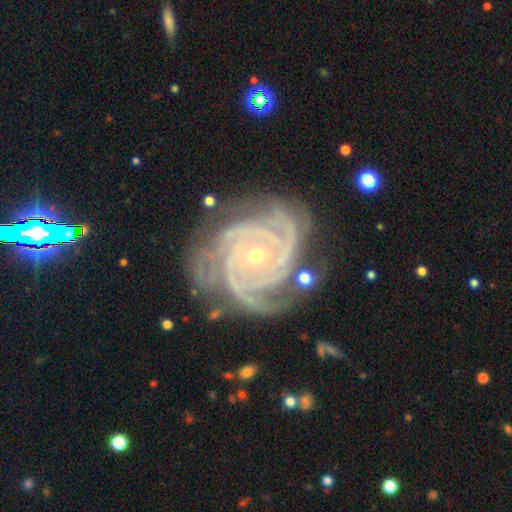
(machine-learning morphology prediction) Smooth or featured: featured or disk — 93% (star or artifact — 5%)
Edge-on disk: no — 98% (yes — 2%)
Bar: no — 70% (weak — 19%)
Spiral arms: yes — 99% (no — 1%)
Spiral winding: tight — 80% (medium — 18%)
Spiral arm count: 4 — 35% (3 — 30%)
Bulge size: small — 67% (moderate — 31%)
Merging: none — 71% (minor disturbance — 19%)